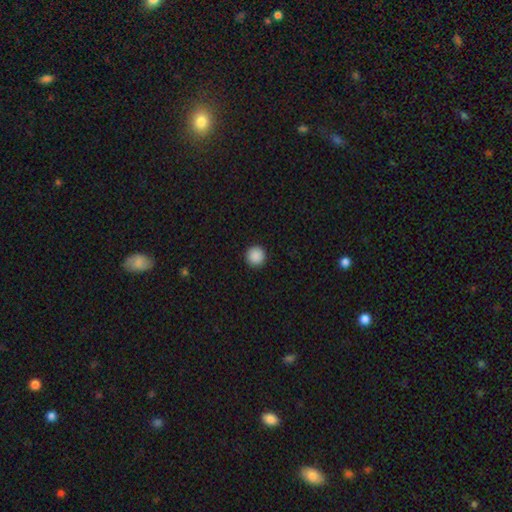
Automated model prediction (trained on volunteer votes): This appears to be a smooth galaxy with no disk features (89%) that is round (96%). Merging: none (93%).